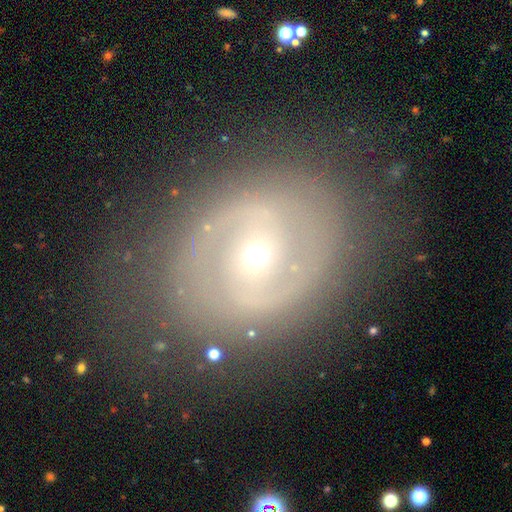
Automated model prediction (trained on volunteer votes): Smooth or featured? Predicted: featured or disk (p=0.81). Edge-on disk? Predicted: no (p=0.97). Bar? Predicted: no (p=0.53). Spiral arms? Predicted: yes (p=0.85). Spiral winding? Predicted: tight (p=0.46). Spiral arm count? Predicted: 2 (p=0.78). Bulge size? Predicted: small (p=0.69). Merging? Predicted: none (p=0.76).